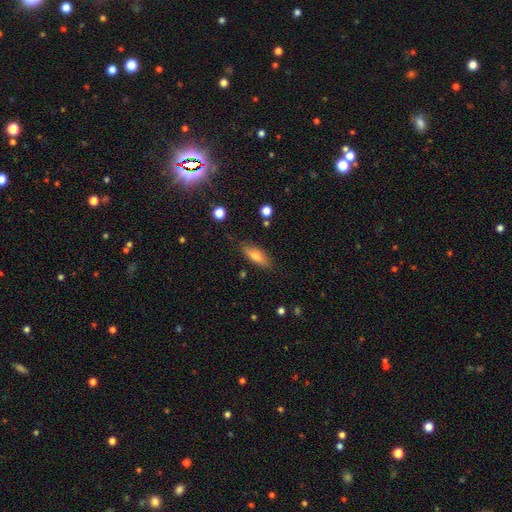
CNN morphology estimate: smooth-or-featured: smooth: 69% | featured or disk: 23% | star or artifact: 8%
  how-rounded: in between: 57% | cigar-shaped: 40% | round: 3%
  merging: none: 81% | minor disturbance: 14% | major disturbance: 3% | merger: 2%